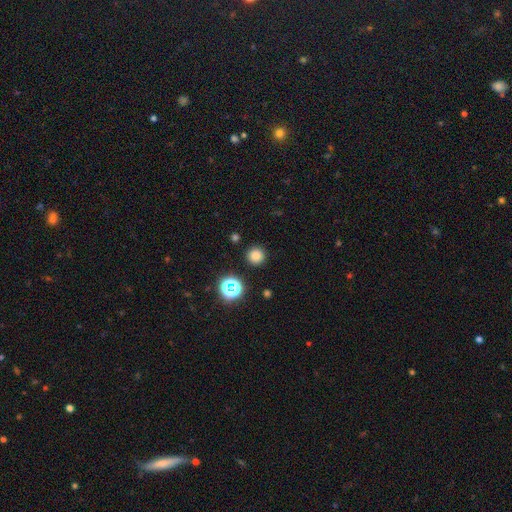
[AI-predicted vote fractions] Overall: smooth (78%). How rounded: round (95%). Merging: none (90%).